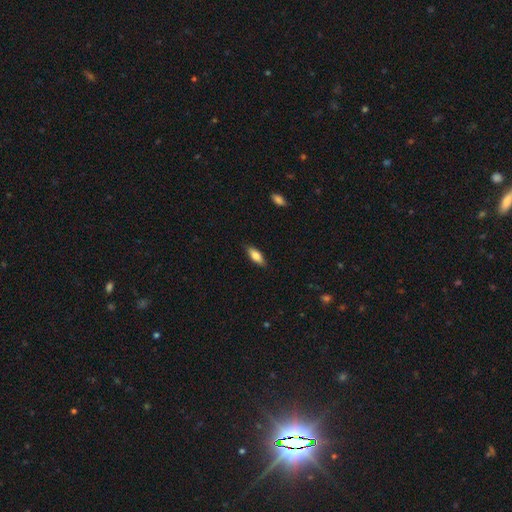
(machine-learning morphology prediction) smooth-or-featured: smooth: 74% | featured or disk: 20% | star or artifact: 6%
  how-rounded: in between: 68% | cigar-shaped: 29% | round: 2%
  merging: none: 87% | minor disturbance: 10% | major disturbance: 2% | merger: 1%